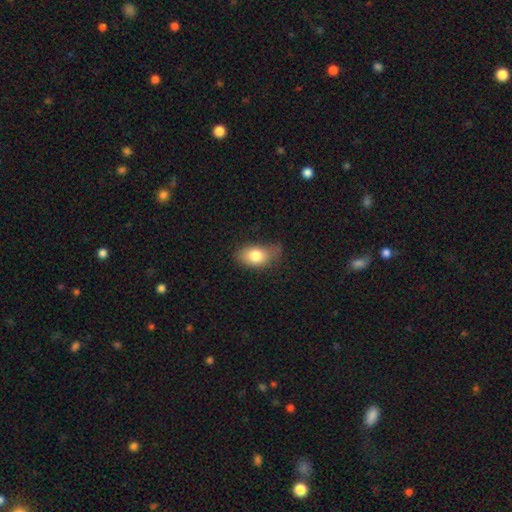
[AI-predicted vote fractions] Smooth or featured?
  - smooth: 78% *
  - featured or disk: 13%
  - star or artifact: 8%
How rounded?
  - in between: 86% *
  - round: 12%
  - cigar-shaped: 2%
Merging?
  - none: 56% *
  - minor disturbance: 32%
  - major disturbance: 10%
  - merger: 2%